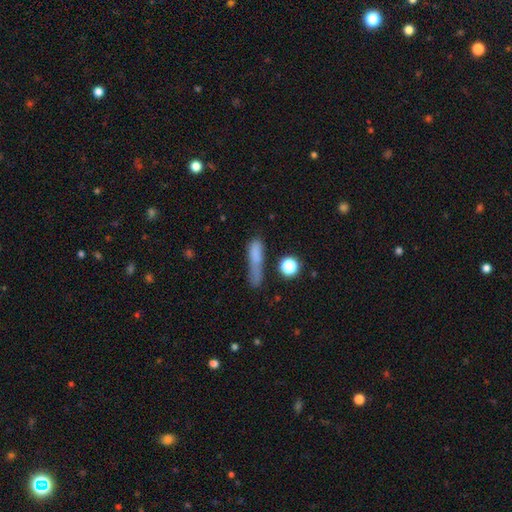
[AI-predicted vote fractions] A smooth galaxy with no disk features (69%) that is cigar-shaped (74%).

Vote fractions:
- Smooth or featured? smooth: 69% / featured or disk: 18% / star or artifact: 13%
- How rounded? cigar-shaped: 74% / in between: 20% / round: 7%
- Merging? none: 42% / minor disturbance: 26% / major disturbance: 21% / merger: 11%